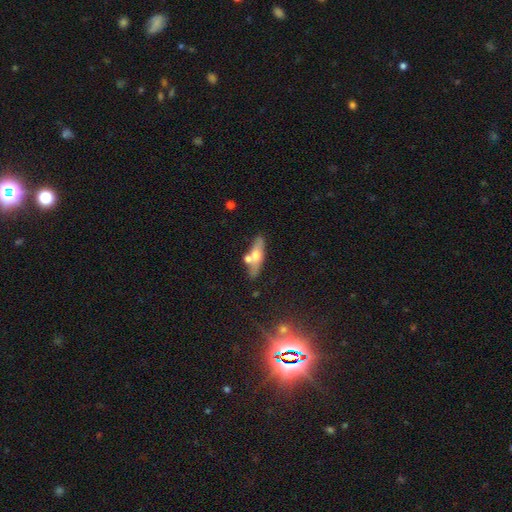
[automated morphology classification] The model was most divided on "how rounded": cigar-shaped: 52%, in between: 44%, round: 4%. More confident: merging — none (63%); smooth or featured — smooth (52%).